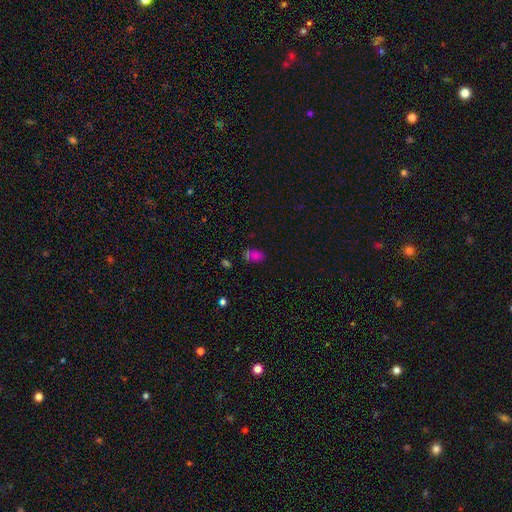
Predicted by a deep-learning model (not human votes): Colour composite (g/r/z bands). It shows a smooth galaxy with no disk features (65%) that is in between round and cigar-shaped (86%). Merging: none (60%).